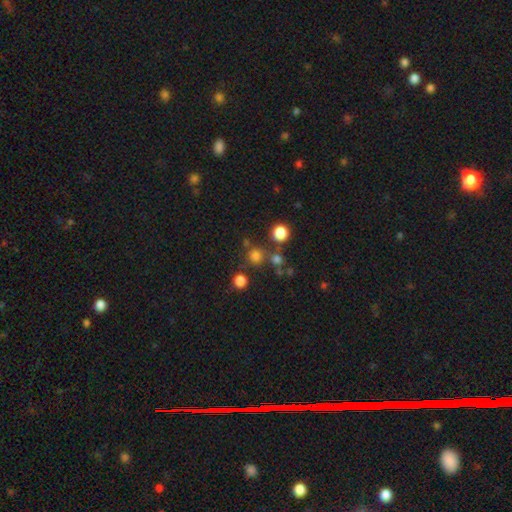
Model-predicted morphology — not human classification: Smooth or featured: smooth — 74% (star or artifact — 20%)
How rounded: round — 92% (in between — 7%)
Merging: none — 76% (merger — 13%)